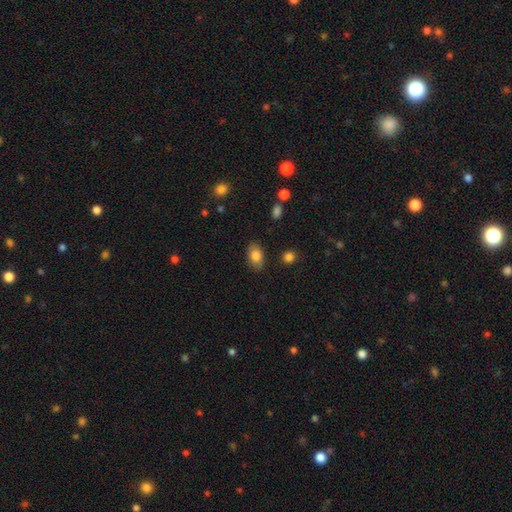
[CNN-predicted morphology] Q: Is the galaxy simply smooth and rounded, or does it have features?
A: smooth — 83%.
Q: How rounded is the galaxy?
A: in between — 88%.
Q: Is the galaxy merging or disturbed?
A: none — 85%.